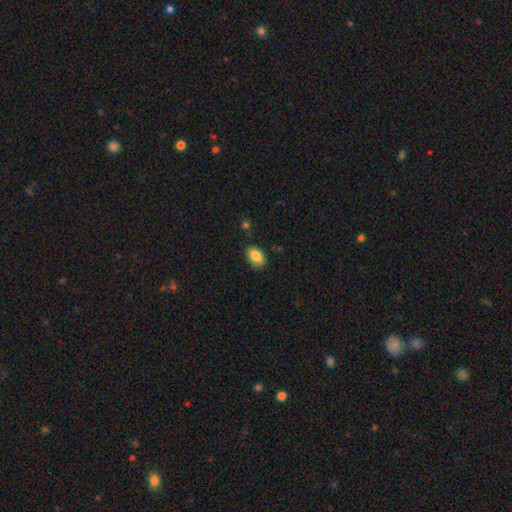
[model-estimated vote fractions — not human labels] This appears to be a smooth galaxy with no disk features (85%) that is in between round and cigar-shaped (86%). Merging: none (79%).